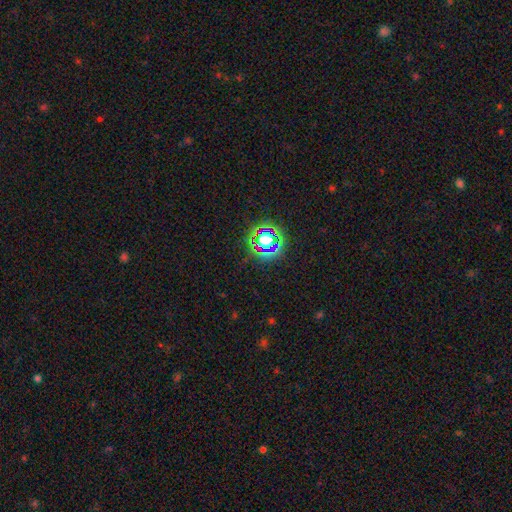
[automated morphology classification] Smooth or featured? star or artifact (76%)